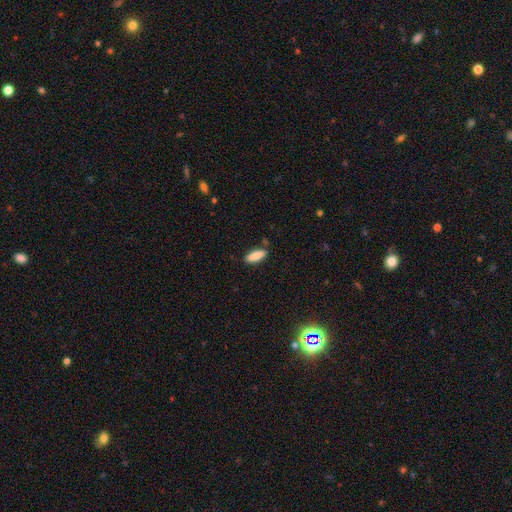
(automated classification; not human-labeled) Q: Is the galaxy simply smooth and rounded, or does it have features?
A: smooth — 88%.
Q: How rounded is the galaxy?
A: in between — 58%.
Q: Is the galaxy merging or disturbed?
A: none — 84%.